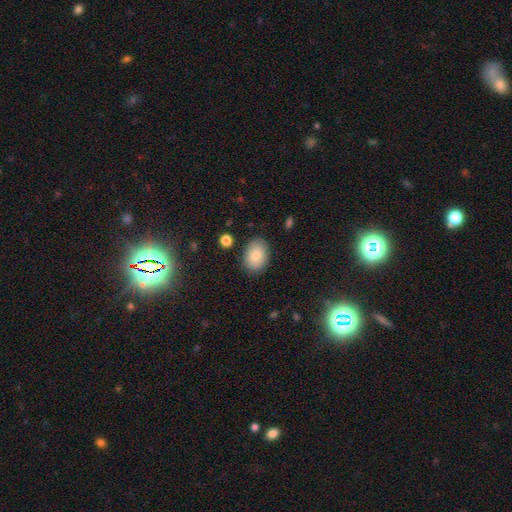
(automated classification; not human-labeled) Smooth or featured? Predicted: smooth (p=0.82). How rounded? Predicted: in between (p=0.80). Merging? Predicted: none (p=0.84).